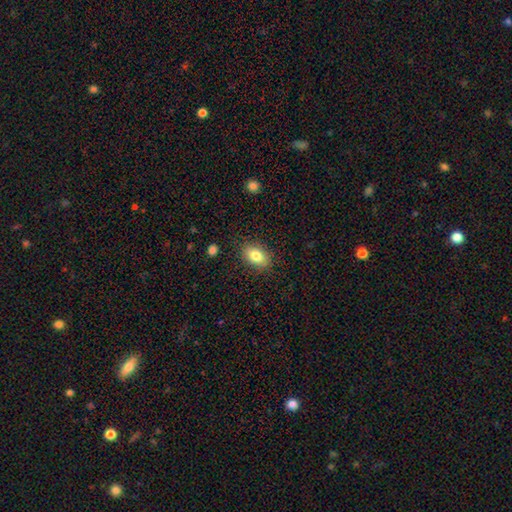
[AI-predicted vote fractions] smooth-or-featured: smooth: 82% | featured or disk: 10% | star or artifact: 8%
  how-rounded: in between: 85% | round: 13% | cigar-shaped: 2%
  merging: none: 85% | minor disturbance: 10% | major disturbance: 3% | merger: 1%